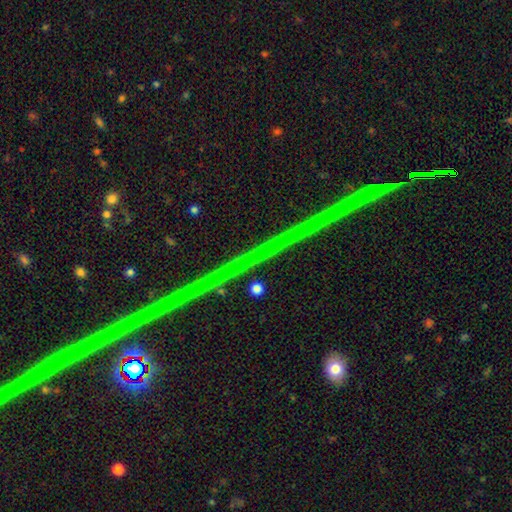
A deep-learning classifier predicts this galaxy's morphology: Smooth or featured?
  - star or artifact: 79% *
  - featured or disk: 13%
  - smooth: 8%